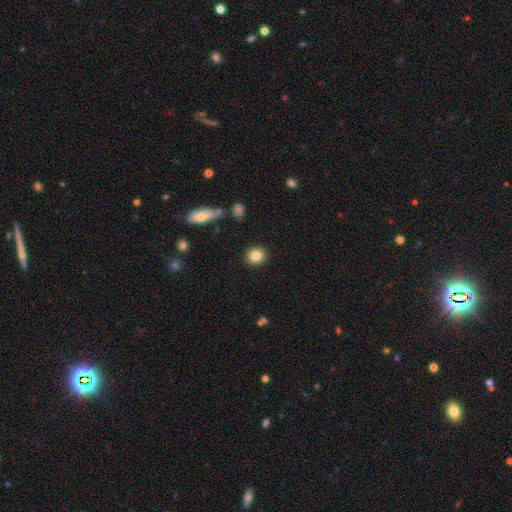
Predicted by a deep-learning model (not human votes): Smooth or featured? Predicted: smooth (p=0.84). How rounded? Predicted: round (p=0.88). Merging? Predicted: none (p=0.91).